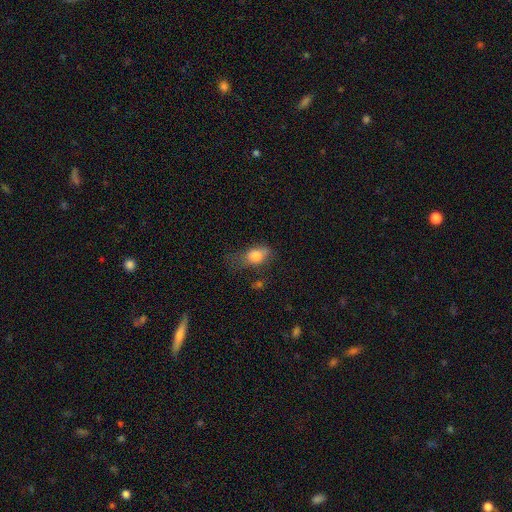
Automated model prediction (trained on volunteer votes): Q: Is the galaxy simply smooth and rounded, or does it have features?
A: smooth — 80%.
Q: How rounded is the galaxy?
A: in between — 73%.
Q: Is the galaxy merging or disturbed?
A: none — 39%.